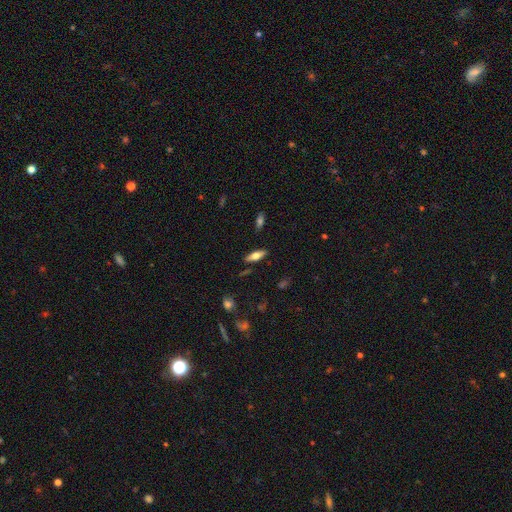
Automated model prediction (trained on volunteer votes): Smooth or featured? Predicted: smooth (p=0.51). How rounded? Predicted: in between (p=0.61). Merging? Predicted: none (p=0.86).